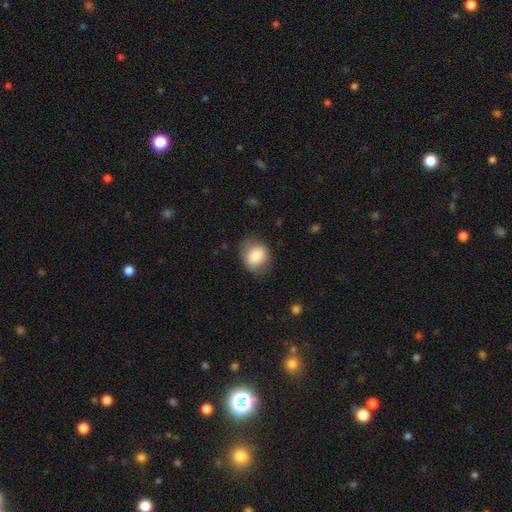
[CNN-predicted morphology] Smooth or featured? smooth (79%)
How rounded? round (56%)
Merging? none (68%)